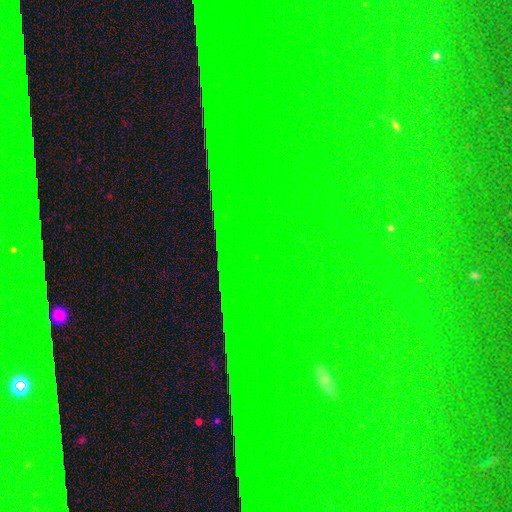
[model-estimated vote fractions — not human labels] Morphology: type=star or artifact (86%).